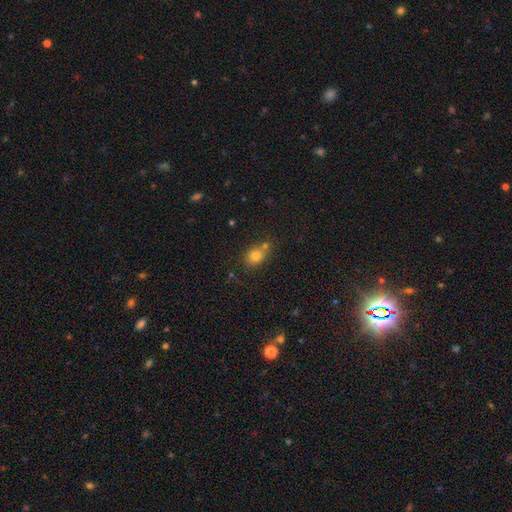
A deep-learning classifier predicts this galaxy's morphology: This appears to be a smooth galaxy with no disk features (77%) that is round (58%). Merging: none (58%).